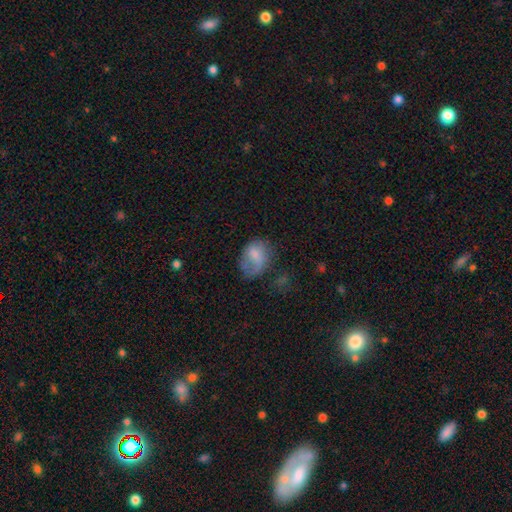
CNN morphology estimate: Smooth or featured?
  - smooth: 66% *
  - featured or disk: 25%
  - star or artifact: 9%
How rounded?
  - in between: 69% *
  - round: 30%
  - cigar-shaped: 1%
Merging?
  - none: 36% *
  - minor disturbance: 30%
  - major disturbance: 30%
  - merger: 4%